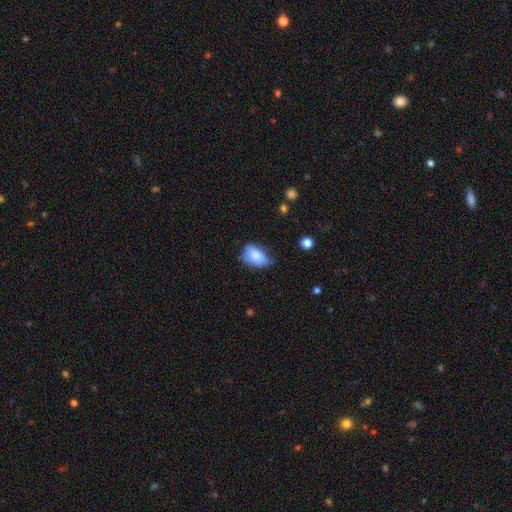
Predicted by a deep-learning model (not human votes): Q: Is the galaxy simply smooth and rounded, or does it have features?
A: smooth — 78%.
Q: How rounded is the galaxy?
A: in between — 88%.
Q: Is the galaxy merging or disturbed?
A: none — 43%.